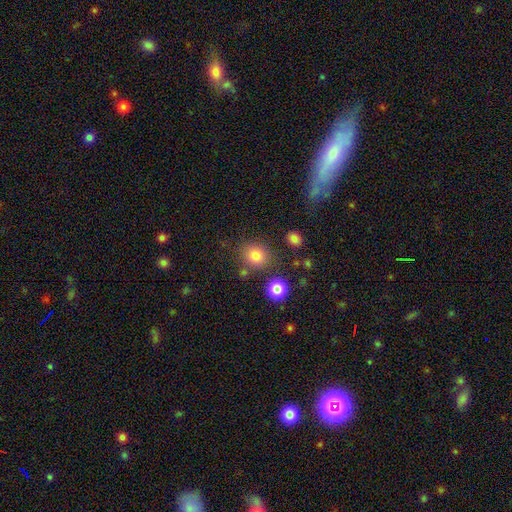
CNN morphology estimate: Smooth or featured?
  - smooth: 80% *
  - star or artifact: 13%
  - featured or disk: 7%
How rounded?
  - round: 77% *
  - in between: 22%
  - cigar-shaped: 1%
Merging?
  - none: 77% *
  - minor disturbance: 10%
  - merger: 9%
  - major disturbance: 4%